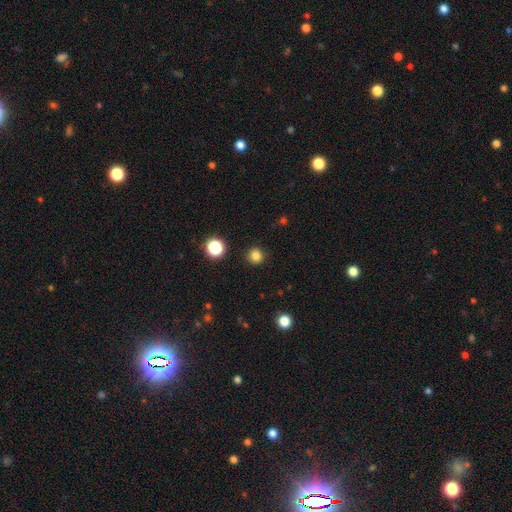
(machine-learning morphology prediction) Smooth or featured: smooth — 82% (star or artifact — 14%)
How rounded: round — 94% (in between — 5%)
Merging: none — 92% (minor disturbance — 5%)